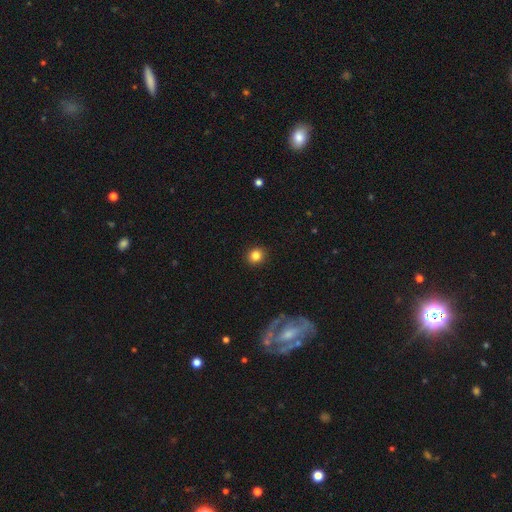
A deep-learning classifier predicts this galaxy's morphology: smooth_or_featured: smooth (p=0.84) [alt: star or artifact p=0.11]
how_rounded: round (p=0.88) [alt: in between p=0.11]
merging: none (p=0.92) [alt: minor disturbance p=0.05]